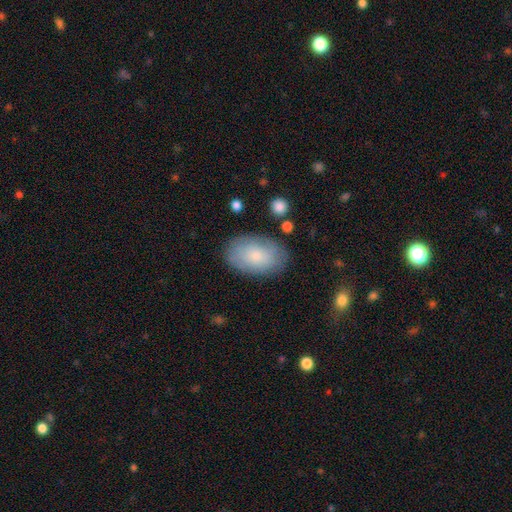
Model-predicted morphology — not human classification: A smooth galaxy with no disk features (75%) that is in between round and cigar-shaped (92%).

Vote fractions:
- Smooth or featured? smooth: 75% / featured or disk: 18% / star or artifact: 6%
- How rounded? in between: 92% / round: 7% / cigar-shaped: 1%
- Merging? none: 81% / minor disturbance: 13% / major disturbance: 3% / merger: 2%